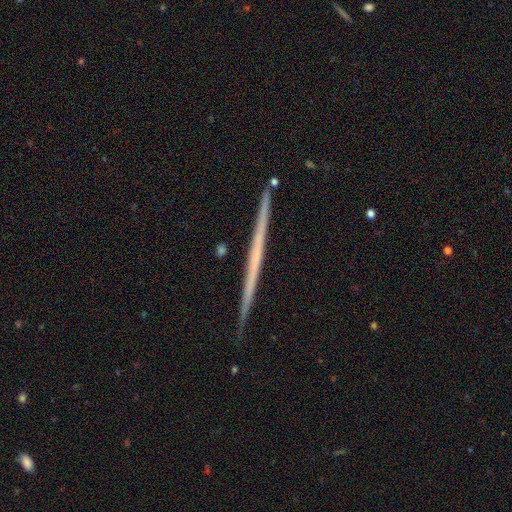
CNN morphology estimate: A featured or disk galaxy (64%) viewed edge-on (98%) with no central bulge (90%). Merging: none (91%).